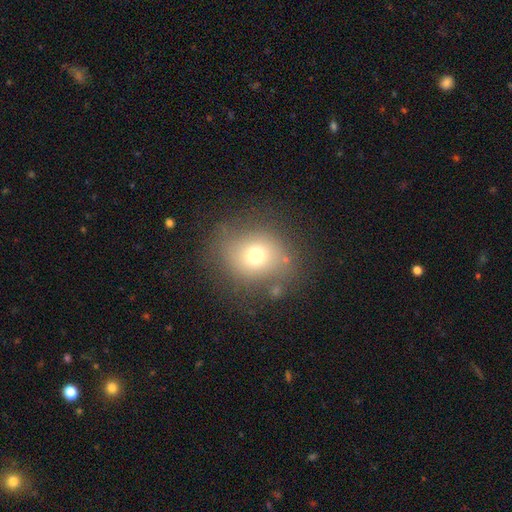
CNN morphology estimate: Smooth or featured? smooth (69%)
How rounded? round (71%)
Merging? none (74%)